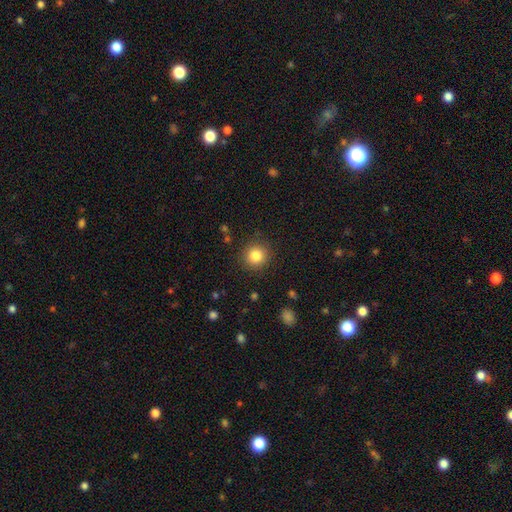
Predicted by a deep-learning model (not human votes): Smooth or featured? Predicted: smooth (p=0.83). How rounded? Predicted: round (p=0.92). Merging? Predicted: none (p=0.89).